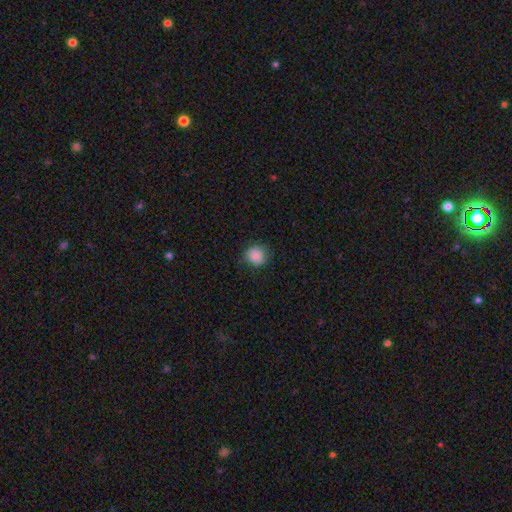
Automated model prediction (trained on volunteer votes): A smooth galaxy with no disk features (87%) that is round (90%).

Vote fractions:
- Smooth or featured? smooth: 87% / star or artifact: 9% / featured or disk: 4%
- How rounded? round: 90% / in between: 9% / cigar-shaped: 1%
- Merging? none: 86% / minor disturbance: 11% / major disturbance: 3% / merger: 1%